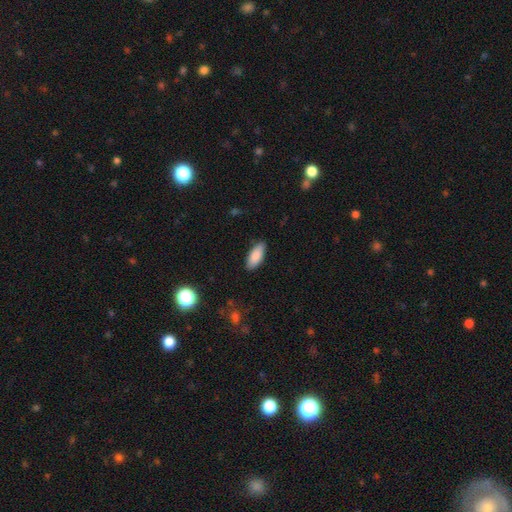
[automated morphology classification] Smooth or featured: smooth — 87% (featured or disk — 7%)
How rounded: in between — 83% (cigar-shaped — 15%)
Merging: none — 85% (minor disturbance — 12%)